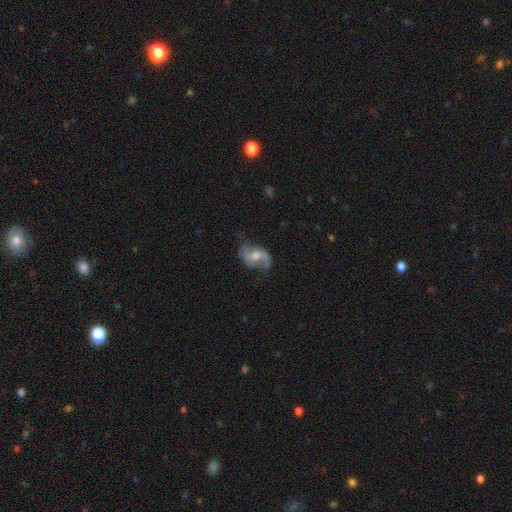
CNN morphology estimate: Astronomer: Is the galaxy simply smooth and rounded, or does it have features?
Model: featured or disk — 79%.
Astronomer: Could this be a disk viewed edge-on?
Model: no — 97%.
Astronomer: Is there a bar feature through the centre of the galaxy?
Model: no — 46% (runner-up: weak, 41%).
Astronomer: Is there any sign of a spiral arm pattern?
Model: yes — 92%.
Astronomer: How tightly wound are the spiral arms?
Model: loose — 57% (runner-up: medium, 33%).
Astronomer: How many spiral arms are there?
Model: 2 — 88%.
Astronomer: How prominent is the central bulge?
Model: moderate — 64%.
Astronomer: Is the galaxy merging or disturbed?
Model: none — 68%.